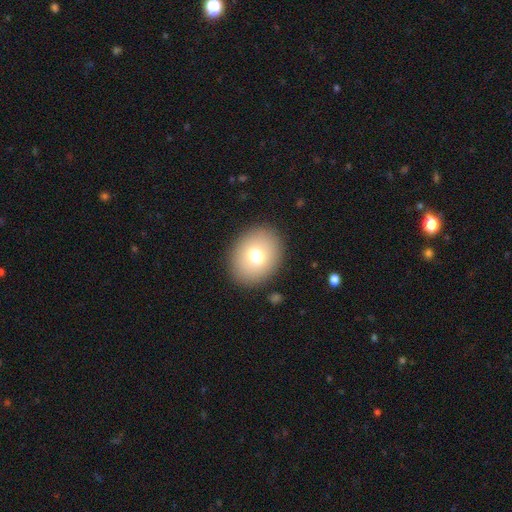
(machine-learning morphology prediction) A smooth galaxy with no disk features (74%) that is round (51%). Merging: none (89%).